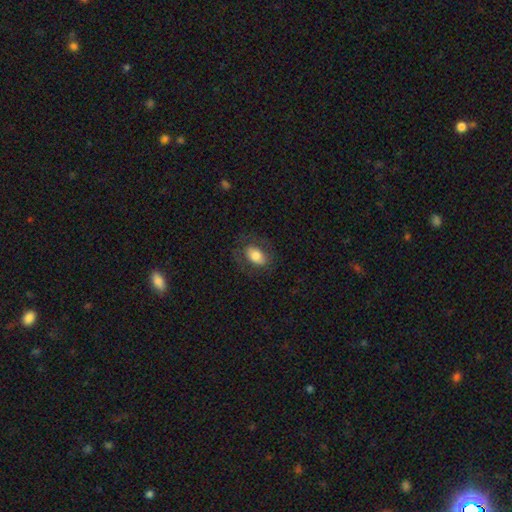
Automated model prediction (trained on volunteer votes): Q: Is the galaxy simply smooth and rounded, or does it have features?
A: smooth — 74%.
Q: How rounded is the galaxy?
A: in between — 86%.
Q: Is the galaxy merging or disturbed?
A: none — 74%.